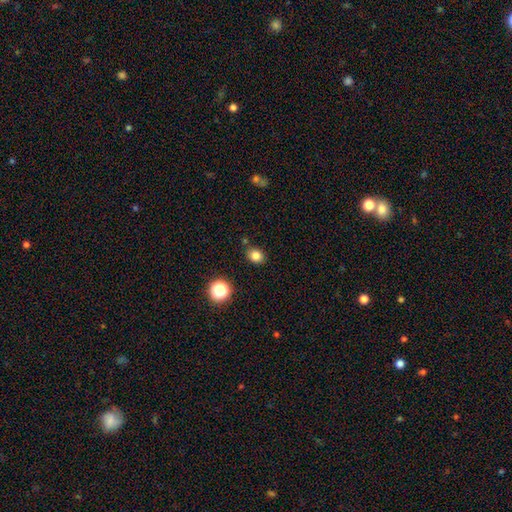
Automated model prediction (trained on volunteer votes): smooth-or-featured: smooth: 81% | star or artifact: 13% | featured or disk: 6%
  how-rounded: round: 52% | in between: 47% | cigar-shaped: 1%
  merging: none: 82% | minor disturbance: 11% | merger: 4% | major disturbance: 3%